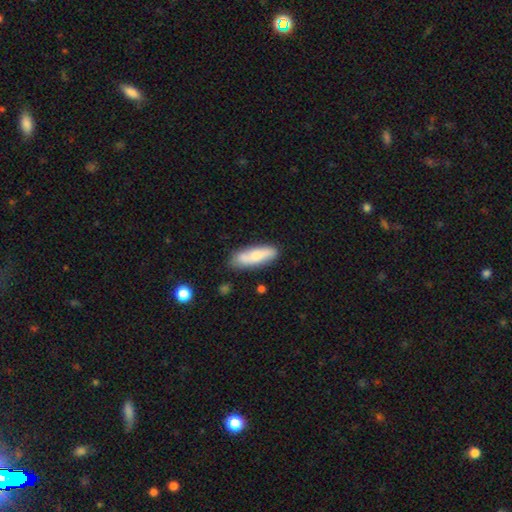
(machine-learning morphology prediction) Q: Smooth or featured?
A: smooth (70%); runner-up: featured or disk (24%)
Q: How rounded?
A: cigar-shaped (51%); runner-up: in between (47%)
Q: Merging?
A: none (76%); runner-up: minor disturbance (17%)